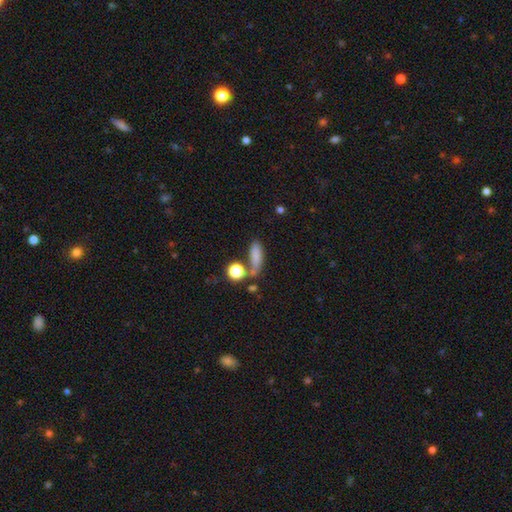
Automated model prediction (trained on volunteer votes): Q: Smooth or featured?
A: smooth (77%); runner-up: star or artifact (12%)
Q: How rounded?
A: in between (54%); runner-up: cigar-shaped (37%)
Q: Merging?
A: none (53%); runner-up: merger (20%)